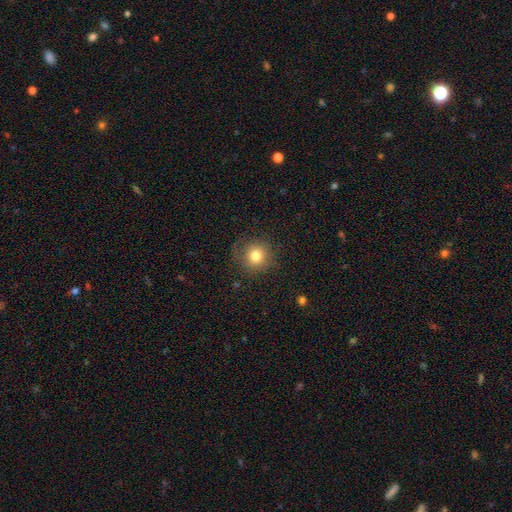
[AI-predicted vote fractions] Smooth or featured?
  - smooth: 79% *
  - star or artifact: 12%
  - featured or disk: 10%
How rounded?
  - round: 92% *
  - in between: 7%
  - cigar-shaped: 1%
Merging?
  - none: 80% *
  - minor disturbance: 13%
  - major disturbance: 6%
  - merger: 1%